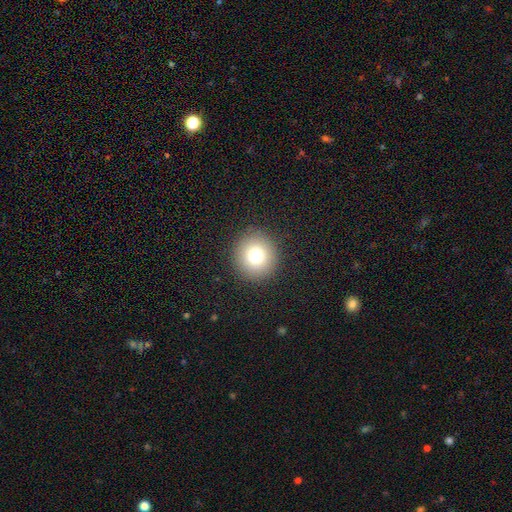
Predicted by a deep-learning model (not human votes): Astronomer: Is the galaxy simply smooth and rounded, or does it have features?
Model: smooth — 77%.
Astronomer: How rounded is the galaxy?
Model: round — 93%.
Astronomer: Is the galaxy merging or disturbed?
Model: none — 91%.